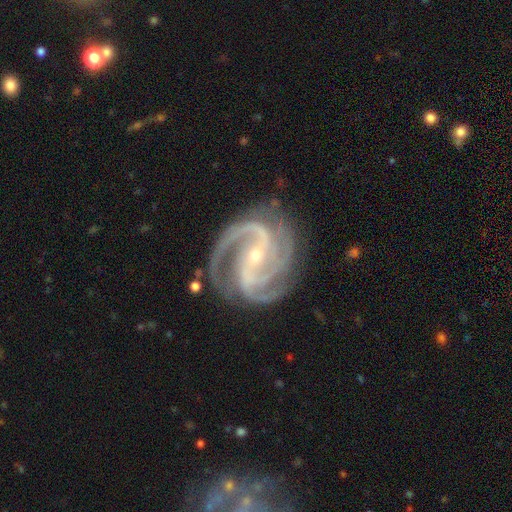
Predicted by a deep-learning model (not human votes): Smooth or featured: featured or disk — 94% (star or artifact — 4%)
Edge-on disk: no — 98% (yes — 2%)
Bar: strong — 38% (weak — 34%)
Spiral arms: yes — 99% (no — 1%)
Spiral winding: medium — 51% (tight — 41%)
Spiral arm count: 3 — 49% (2 — 23%)
Bulge size: small — 75% (moderate — 22%)
Merging: none — 75% (minor disturbance — 16%)